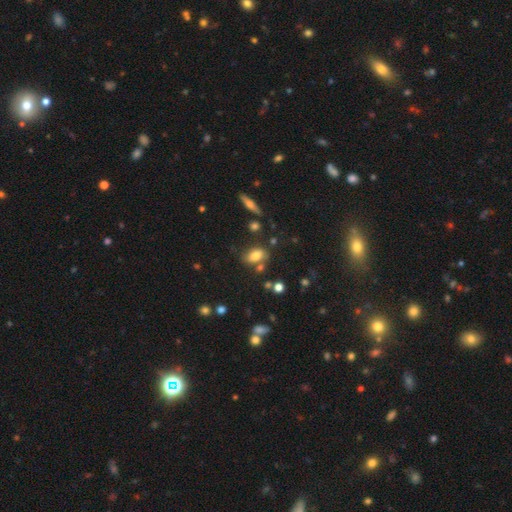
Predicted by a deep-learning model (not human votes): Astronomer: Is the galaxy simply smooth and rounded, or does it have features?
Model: smooth — 76%.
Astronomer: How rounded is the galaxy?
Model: in between — 87%.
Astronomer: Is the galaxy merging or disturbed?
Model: none — 70%.